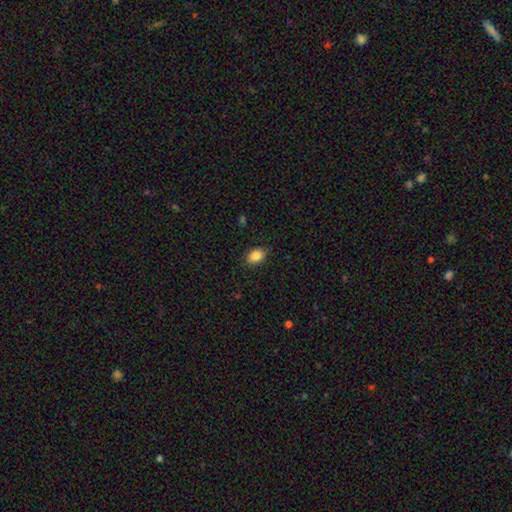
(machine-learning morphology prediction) Smooth or featured?
  - smooth: 86% *
  - star or artifact: 9%
  - featured or disk: 6%
How rounded?
  - in between: 78% *
  - round: 21%
  - cigar-shaped: 1%
Merging?
  - none: 87% *
  - minor disturbance: 10%
  - major disturbance: 2%
  - merger: 1%